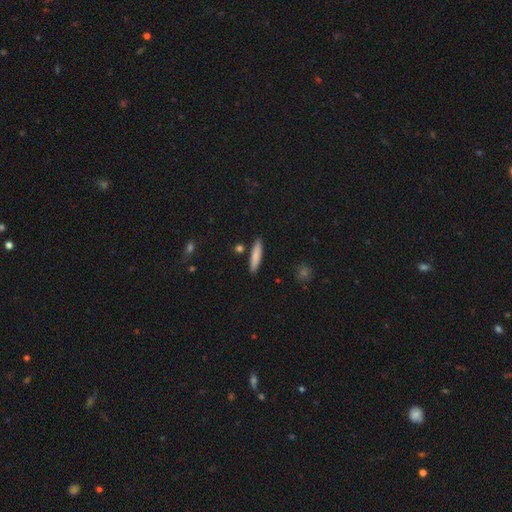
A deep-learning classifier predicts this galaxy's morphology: Smooth or featured? Predicted: smooth (p=0.83). How rounded? Predicted: cigar-shaped (p=0.84). Merging? Predicted: none (p=0.88).